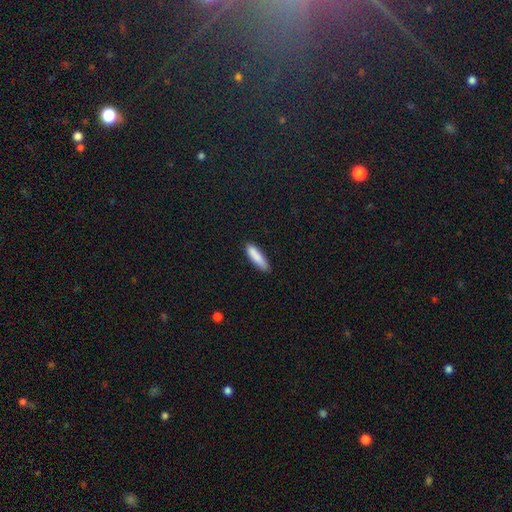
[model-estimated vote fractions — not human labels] This is clearly a smooth galaxy (86%). How rounded: likely cigar-shaped (74%). Merging: clearly none (81%).